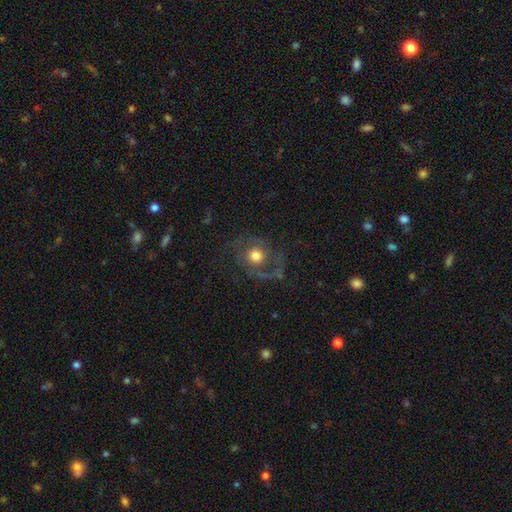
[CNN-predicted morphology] smooth-or-featured: featured or disk: 59% | smooth: 32% | star or artifact: 10%
  disk-edge-on: no: 97% | yes: 3%
    bar: no: 80% | weak: 16% | strong: 4%
    has-spiral-arms: yes: 76% | no: 24%
    bulge-size: moderate: 64% | large: 23% | small: 9% | dominant: 3% | none: 2%
  merging: none: 56% | major disturbance: 25% | minor disturbance: 17% | merger: 2%